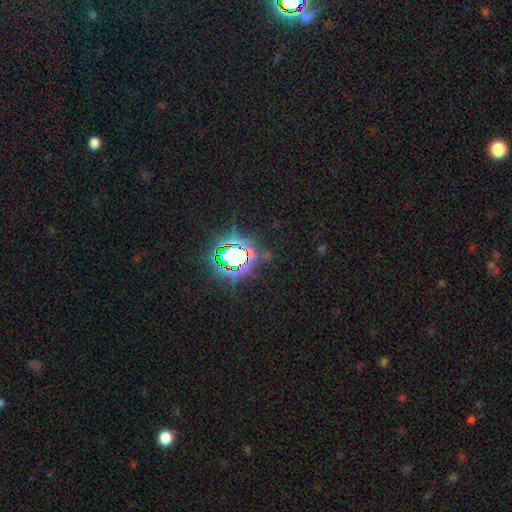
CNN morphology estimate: Smooth or featured?
  - star or artifact: 79% *
  - smooth: 13%
  - featured or disk: 8%